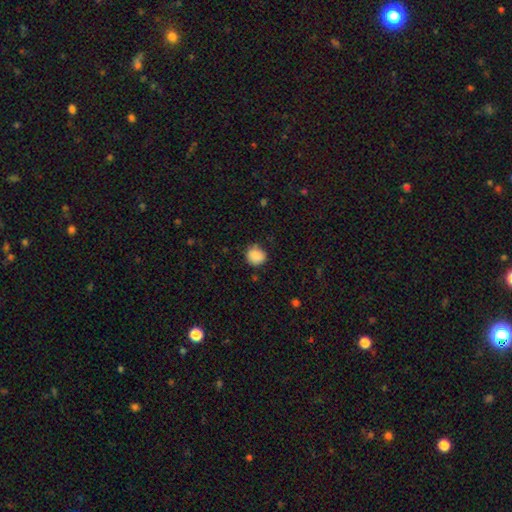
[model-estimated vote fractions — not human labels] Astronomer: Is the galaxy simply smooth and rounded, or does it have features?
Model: smooth — 88%.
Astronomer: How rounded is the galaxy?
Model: round — 85%.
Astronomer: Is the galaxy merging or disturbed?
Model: none — 76%.